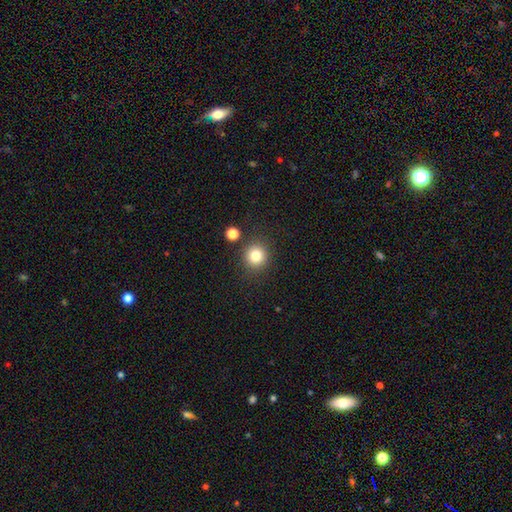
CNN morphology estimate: This is clearly a smooth galaxy (82%). How rounded: clearly round (91%). Merging: clearly none (85%).